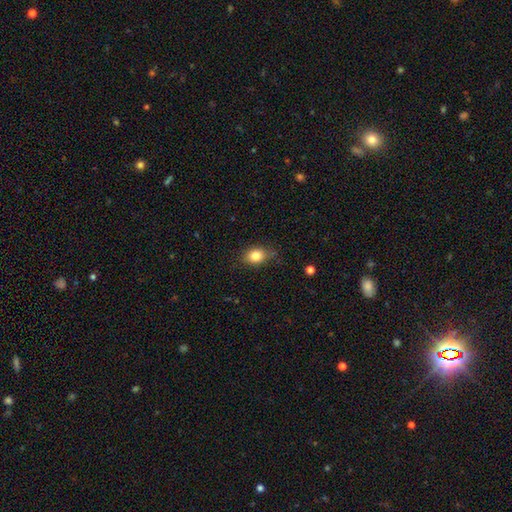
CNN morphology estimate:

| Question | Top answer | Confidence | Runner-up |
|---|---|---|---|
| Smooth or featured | smooth | 83% | star or artifact (10%) |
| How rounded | in between | 61% | round (37%) |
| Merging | none | 75% | minor disturbance (19%) |